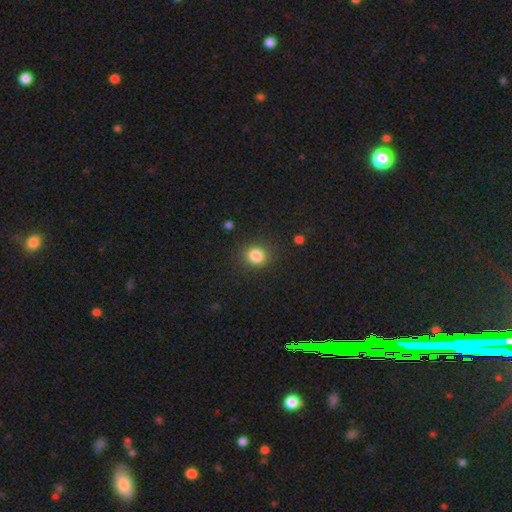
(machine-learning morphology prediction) This appears to be a smooth galaxy with no disk features (84%) that is round (77%). Merging: none (87%).